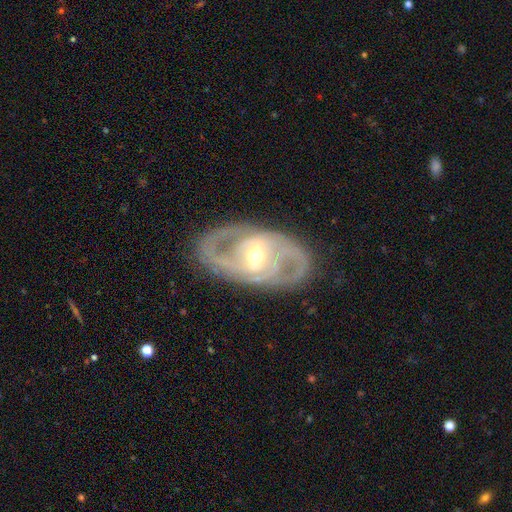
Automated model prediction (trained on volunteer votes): smooth-or-featured: featured or disk: 88% | smooth: 7% | star or artifact: 5%
  disk-edge-on: no: 94% | yes: 6%
    bar: weak: 42% | strong: 37% | no: 21%
    has-spiral-arms: yes: 91% | no: 9%
      spiral-winding: tight: 46% | medium: 43% | loose: 11%
      spiral-arm-count: 2: 66% | can't tell: 14% | 3: 11% | 1: 3% | 4: 3% | more than 4: 2%
    bulge-size: moderate: 50% | small: 46% | large: 3% | none: 1% | dominant: 1%
  merging: none: 78% | minor disturbance: 14% | major disturbance: 7% | merger: 2%